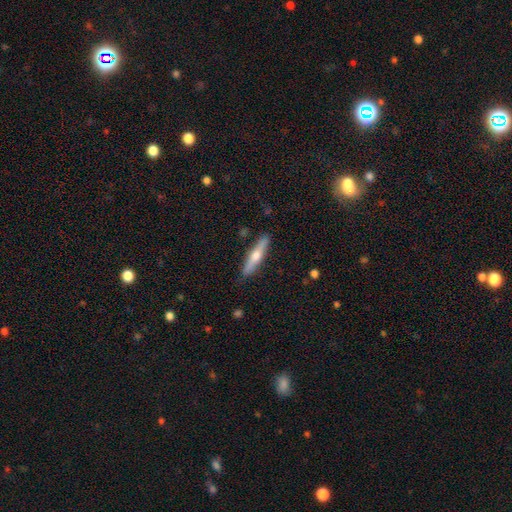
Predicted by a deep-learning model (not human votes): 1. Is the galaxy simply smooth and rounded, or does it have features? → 54% featured or disk, 41% smooth, 5% star or artifact.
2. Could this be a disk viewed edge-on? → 94% yes, 6% no.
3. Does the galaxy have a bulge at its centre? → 92% rounded, 5% none, 3% boxy.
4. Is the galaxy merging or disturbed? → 88% none, 9% minor disturbance, 2% major disturbance, 1% merger.